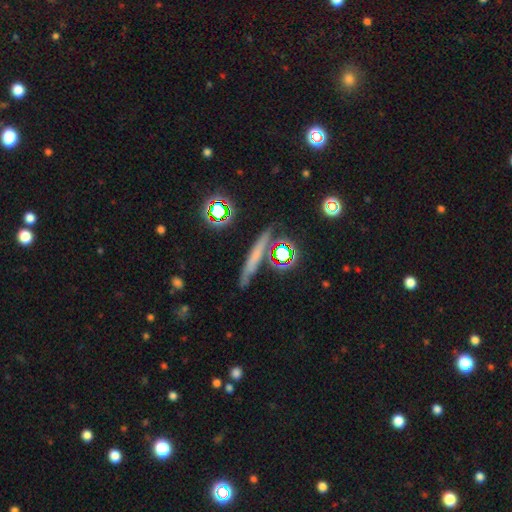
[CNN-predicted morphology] This is possibly a smooth galaxy (48%). Merging: likely none (78%).